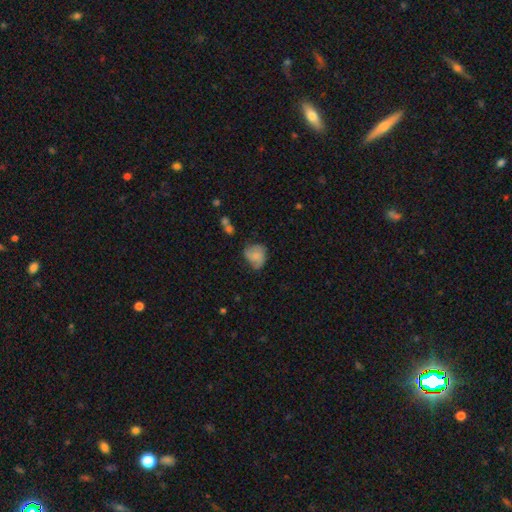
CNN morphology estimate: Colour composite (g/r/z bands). It shows a smooth galaxy with no disk features (63%) that is round (62%). Merging: none (48%).